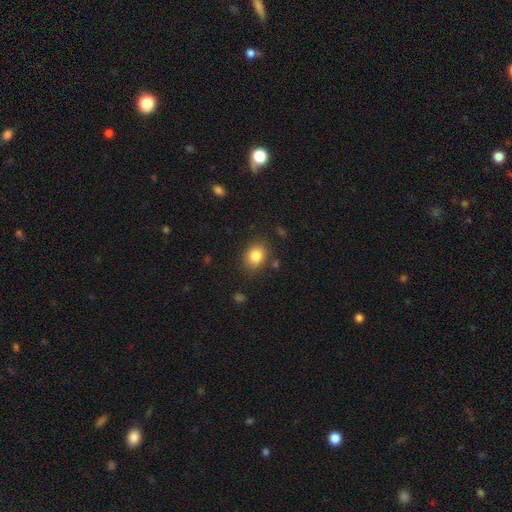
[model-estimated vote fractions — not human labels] A smooth galaxy with no disk features (84%) that is round (52%).

Vote fractions:
- Smooth or featured? smooth: 84% / star or artifact: 10% / featured or disk: 7%
- How rounded? round: 52% / in between: 47% / cigar-shaped: 1%
- Merging? none: 84% / minor disturbance: 10% / major disturbance: 3% / merger: 2%